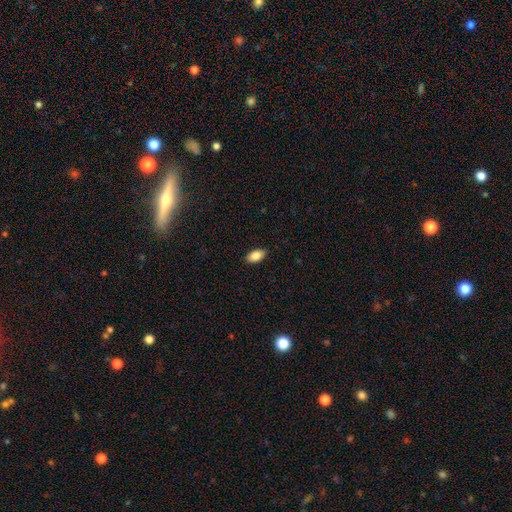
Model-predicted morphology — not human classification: smooth_or_featured: smooth (p=0.85) [alt: featured or disk p=0.07]
how_rounded: in between (p=0.92) [alt: round p=0.04]
merging: none (p=0.89) [alt: minor disturbance p=0.08]